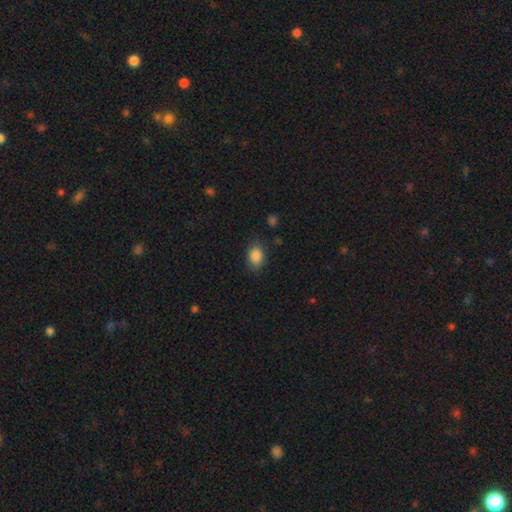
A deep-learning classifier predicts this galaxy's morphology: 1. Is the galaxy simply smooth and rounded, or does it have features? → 87% smooth, 8% star or artifact, 5% featured or disk.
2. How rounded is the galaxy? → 77% in between, 22% round, 1% cigar-shaped.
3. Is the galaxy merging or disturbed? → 78% none, 16% minor disturbance, 4% major disturbance, 2% merger.